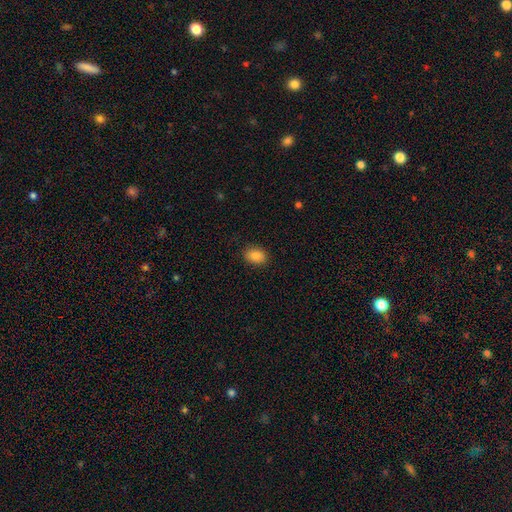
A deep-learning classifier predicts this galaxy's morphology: A smooth galaxy with no disk features (88%) that is in between round and cigar-shaped (77%). Merging: none (88%).